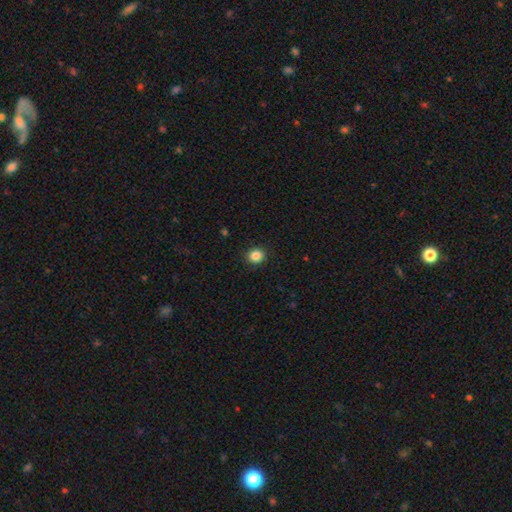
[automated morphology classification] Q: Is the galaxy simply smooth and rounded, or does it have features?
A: smooth — 86%.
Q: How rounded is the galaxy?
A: round — 87%.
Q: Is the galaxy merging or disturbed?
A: none — 91%.